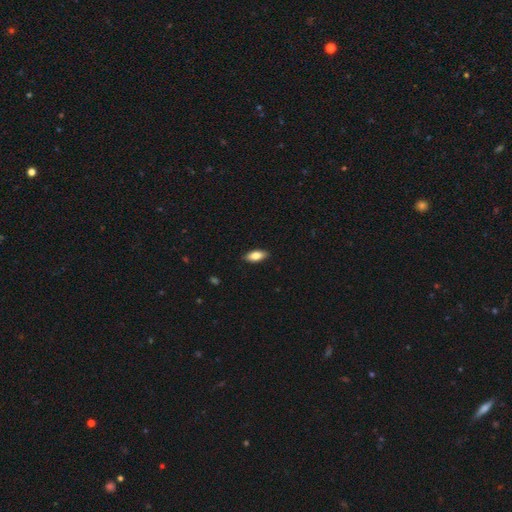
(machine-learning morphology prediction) Smooth or featured?
  - smooth: 80% *
  - featured or disk: 13%
  - star or artifact: 7%
How rounded?
  - in between: 83% *
  - cigar-shaped: 14%
  - round: 3%
Merging?
  - none: 89% *
  - minor disturbance: 9%
  - major disturbance: 2%
  - merger: 1%